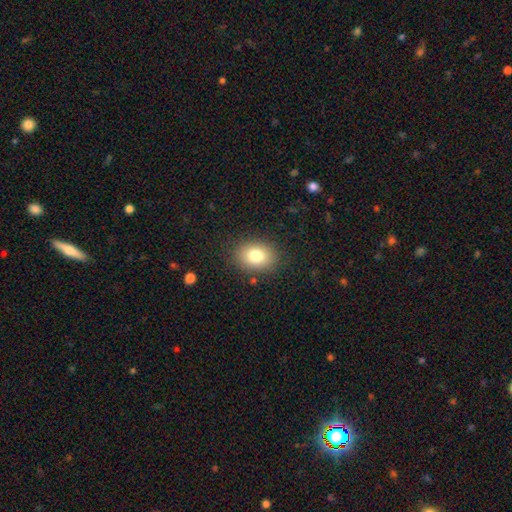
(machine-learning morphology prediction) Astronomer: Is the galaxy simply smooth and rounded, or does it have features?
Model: smooth — 80%.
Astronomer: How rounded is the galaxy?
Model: in between — 67%.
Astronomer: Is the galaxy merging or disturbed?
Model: none — 86%.